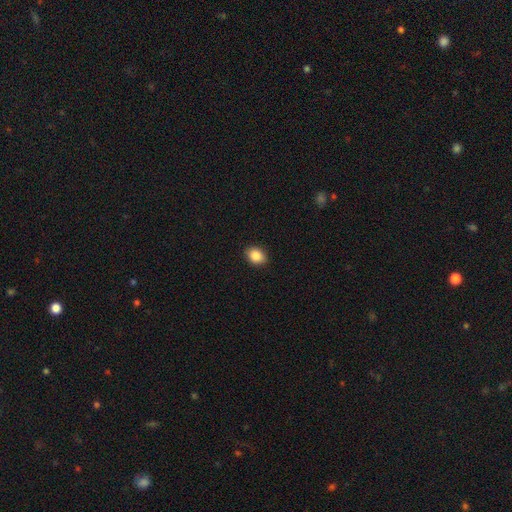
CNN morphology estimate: The model was most divided on "how rounded": in between: 65%, round: 34%, cigar-shaped: 1%. More confident: merging — none (90%); smooth or featured — smooth (88%).